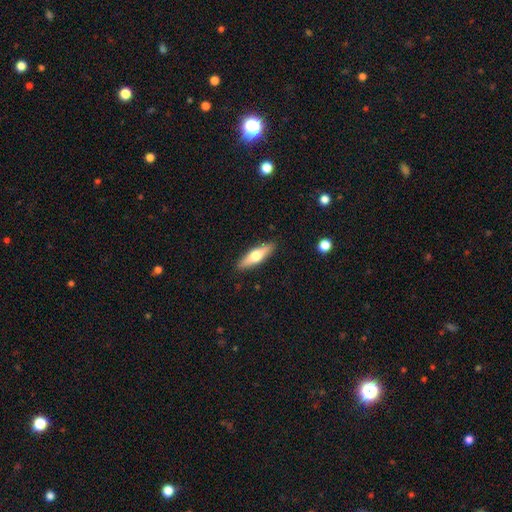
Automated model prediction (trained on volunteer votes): This appears to be a smooth galaxy with no disk features (51%) that is cigar-shaped (64%). Merging: none (90%).